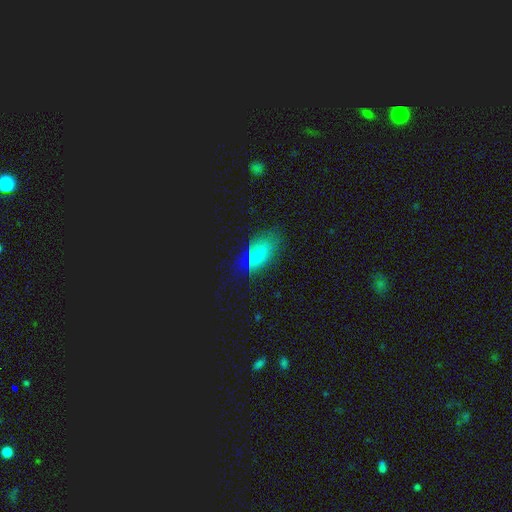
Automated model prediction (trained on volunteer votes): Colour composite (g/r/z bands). It shows a smooth galaxy with no disk features (59%) that is in between round and cigar-shaped (85%). Merging: none (58%).